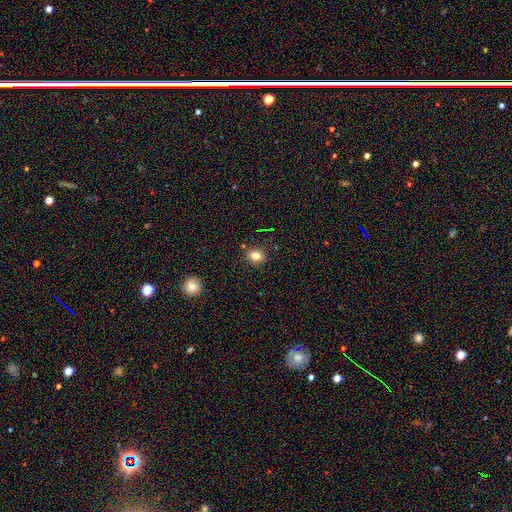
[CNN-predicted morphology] The model was most divided on "how rounded": round: 63%, in between: 36%, cigar-shaped: 1%. More confident: merging — none (87%); smooth or featured — smooth (80%).